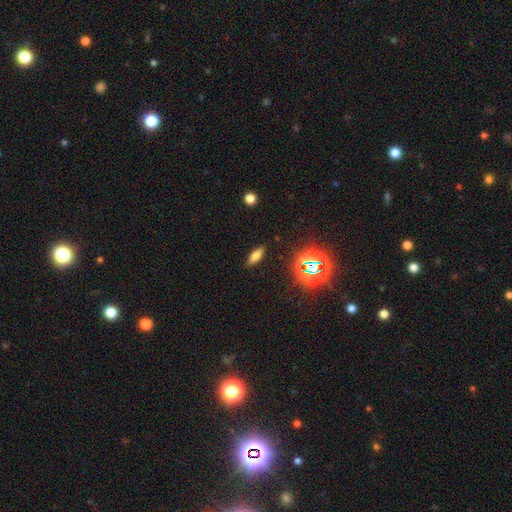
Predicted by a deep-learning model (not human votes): Smooth or featured? smooth (61%)
How rounded? in between (60%)
Merging? none (88%)